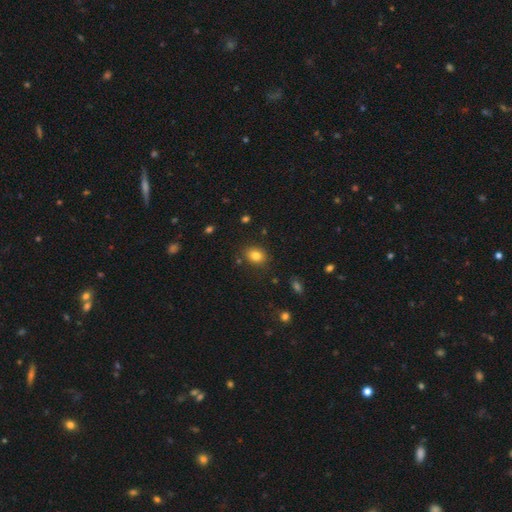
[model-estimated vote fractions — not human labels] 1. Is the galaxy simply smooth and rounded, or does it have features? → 81% smooth, 11% star or artifact, 8% featured or disk.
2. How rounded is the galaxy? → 58% in between, 41% round, 1% cigar-shaped.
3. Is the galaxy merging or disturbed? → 83% none, 11% minor disturbance, 3% major disturbance, 2% merger.